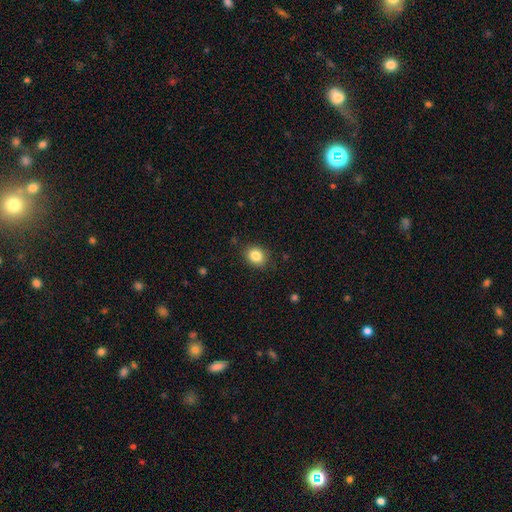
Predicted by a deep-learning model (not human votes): A smooth galaxy with no disk features (85%) that is round (61%). Merging: none (85%).